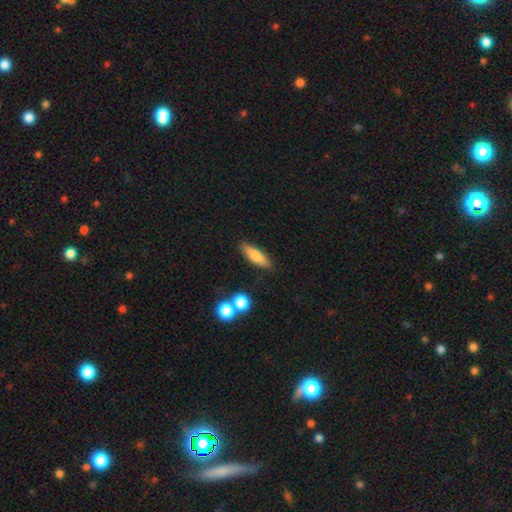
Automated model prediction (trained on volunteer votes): smooth 76%, featured or disk 17%, star or artifact 7%. Down the decision tree: how rounded — cigar-shaped (54%); merging — none (85%).